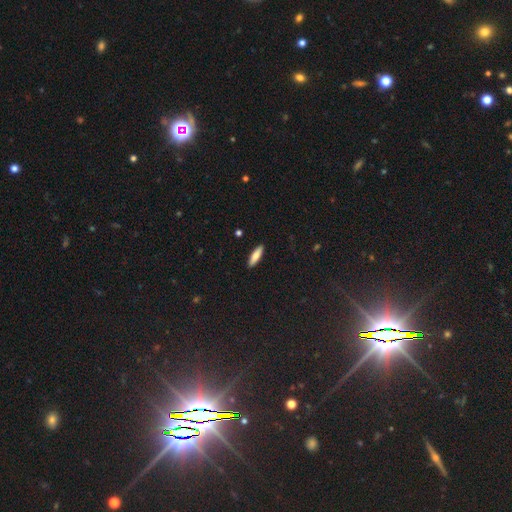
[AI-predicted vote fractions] Overall: smooth (73%). How rounded: cigar-shaped (65%; in between 33%). Merging: none (90%).